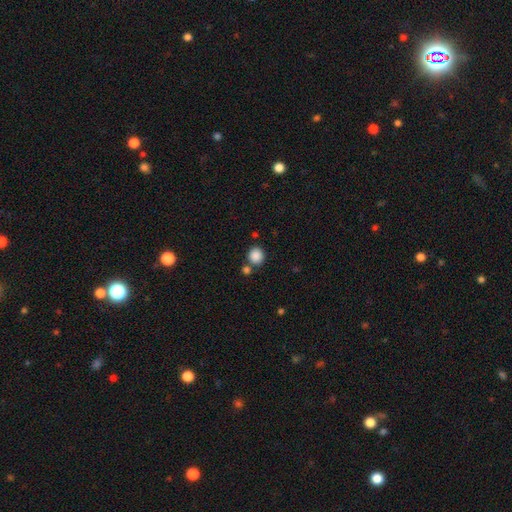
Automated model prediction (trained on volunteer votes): smooth 87%, star or artifact 10%, featured or disk 3%. Down the decision tree: how rounded — round (86%); merging — none (71%).